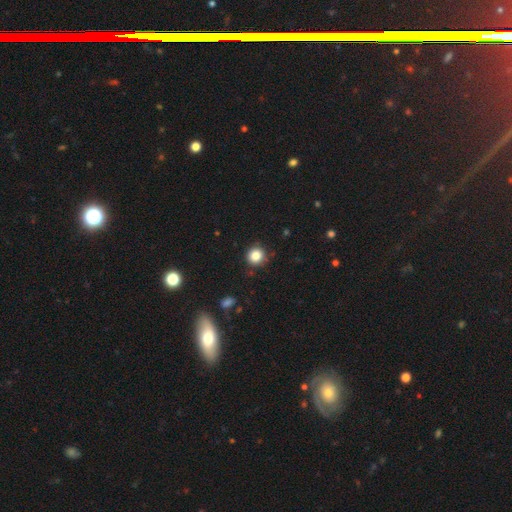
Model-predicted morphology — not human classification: This appears to be a smooth galaxy with no disk features (84%) that is round (91%). Merging: none (87%).